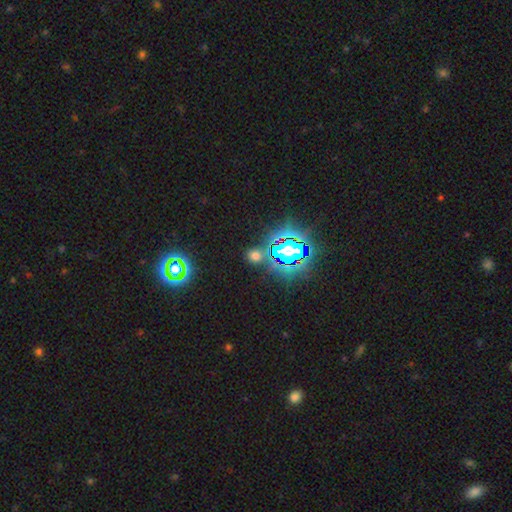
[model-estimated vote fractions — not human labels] Morphology: type=star or artifact (48%).